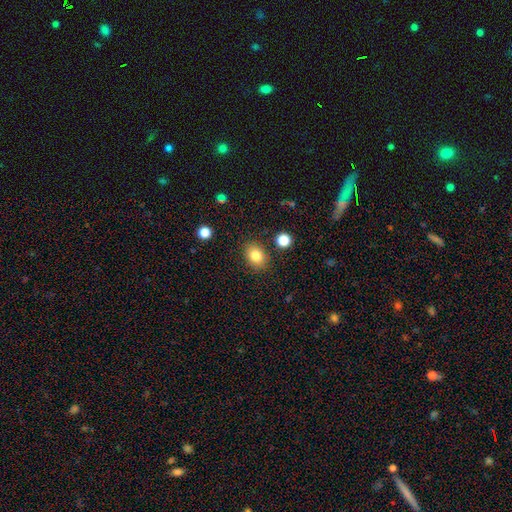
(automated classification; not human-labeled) Overall: smooth (82%). How rounded: in between (62%; round 37%). Merging: none (86%).